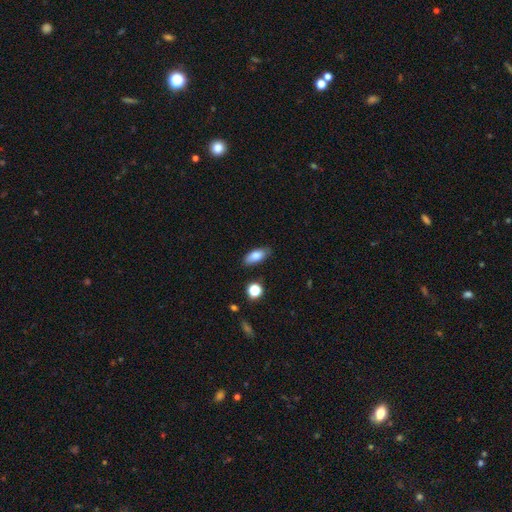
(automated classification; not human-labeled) Smooth or featured? smooth (81%)
How rounded? in between (85%)
Merging? none (80%)